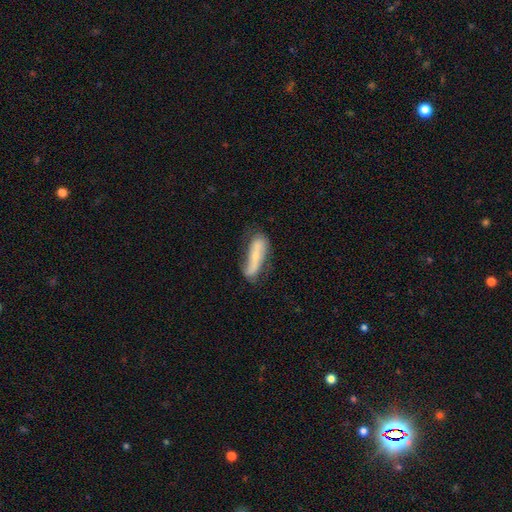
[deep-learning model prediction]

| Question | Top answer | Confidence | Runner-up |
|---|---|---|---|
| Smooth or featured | featured or disk | 49% | smooth (44%) |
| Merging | none | 56% | minor disturbance (29%) |